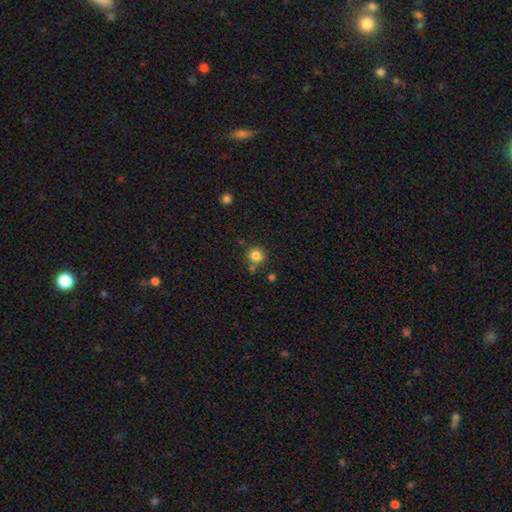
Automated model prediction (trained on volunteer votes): smooth_or_featured: smooth (p=0.83) [alt: star or artifact p=0.12]
how_rounded: round (p=0.93) [alt: in between p=0.06]
merging: none (p=0.77) [alt: merger p=0.10]